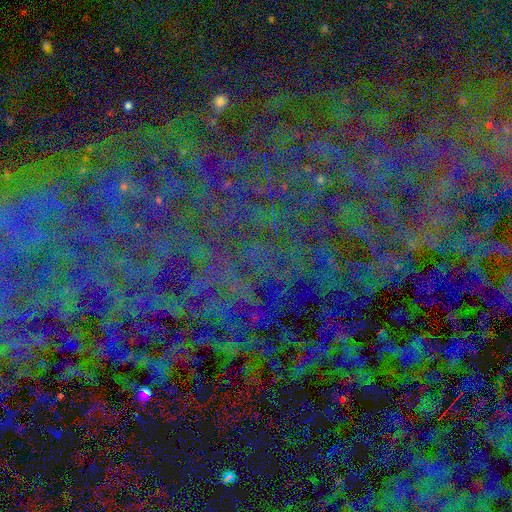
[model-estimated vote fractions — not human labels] A star or artifact, not a galaxy (80%).